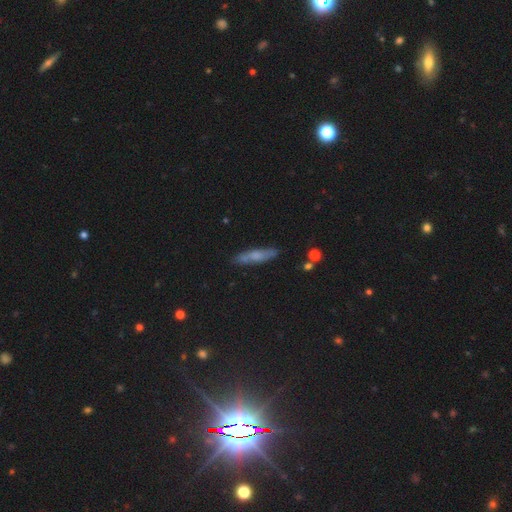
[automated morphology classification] Smooth or featured?
  - smooth: 53% *
  - featured or disk: 36%
  - star or artifact: 11%
How rounded?
  - cigar-shaped: 78% *
  - in between: 19%
  - round: 3%
Merging?
  - none: 79% *
  - minor disturbance: 15%
  - major disturbance: 3%
  - merger: 3%